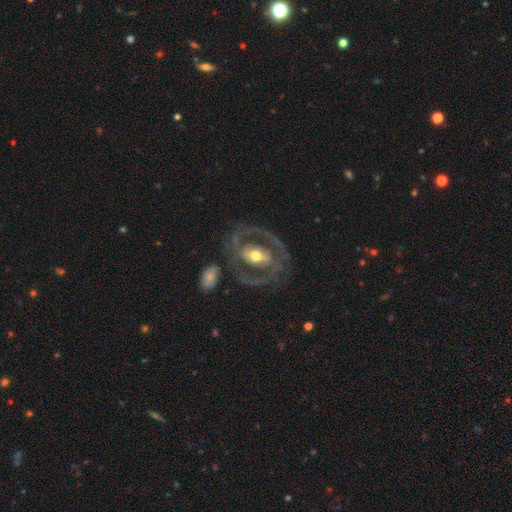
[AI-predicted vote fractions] A featured or disk galaxy (81%) with a strong bar (42%), spiral arms (63%) and a moderate central bulge (72%). Merging: none (68%).